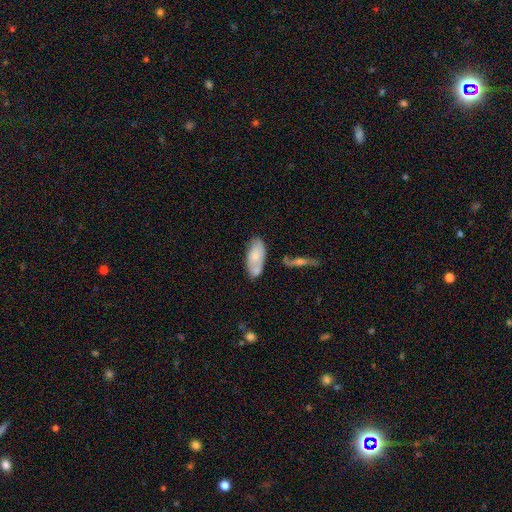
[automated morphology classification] Smooth or featured: smooth — 67% (featured or disk — 27%)
How rounded: in between — 87% (cigar-shaped — 10%)
Merging: none — 50% (minor disturbance — 22%)